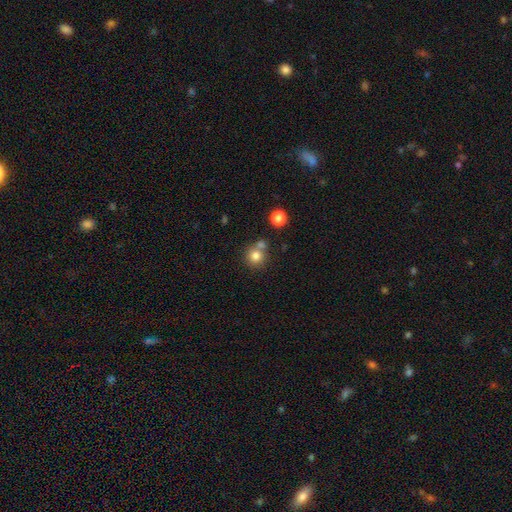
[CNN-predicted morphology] Smooth or featured?
  - smooth: 78% *
  - star or artifact: 12%
  - featured or disk: 9%
How rounded?
  - round: 91% *
  - in between: 8%
  - cigar-shaped: 1%
Merging?
  - none: 60% *
  - merger: 29%
  - minor disturbance: 8%
  - major disturbance: 3%